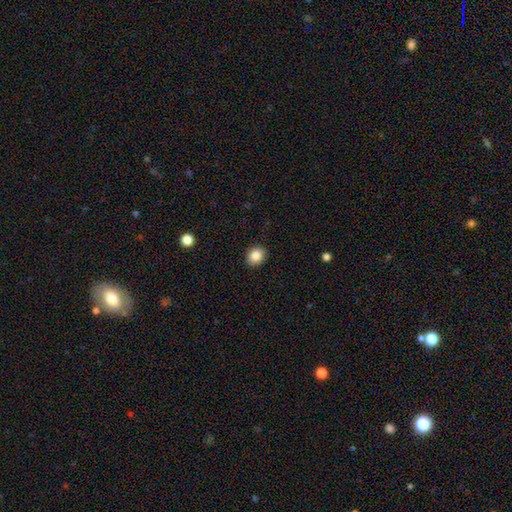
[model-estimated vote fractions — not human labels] This is clearly a smooth galaxy (86%). How rounded: likely round (71%). Merging: clearly none (91%).